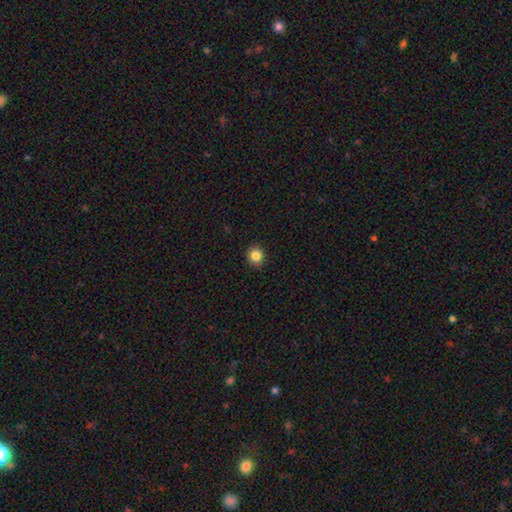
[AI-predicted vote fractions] Smooth or featured?
  - smooth: 84% *
  - star or artifact: 11%
  - featured or disk: 5%
How rounded?
  - round: 86% *
  - in between: 13%
  - cigar-shaped: 1%
Merging?
  - none: 91% *
  - minor disturbance: 6%
  - major disturbance: 2%
  - merger: 1%